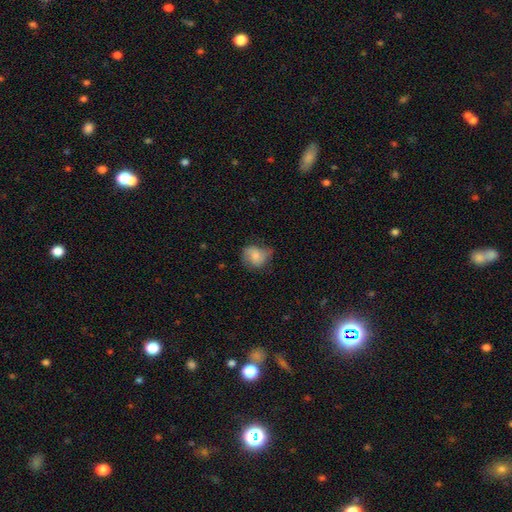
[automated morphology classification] smooth 67%, featured or disk 24%, star or artifact 8%. Down the decision tree: how rounded — round (64%); merging — none (50%).